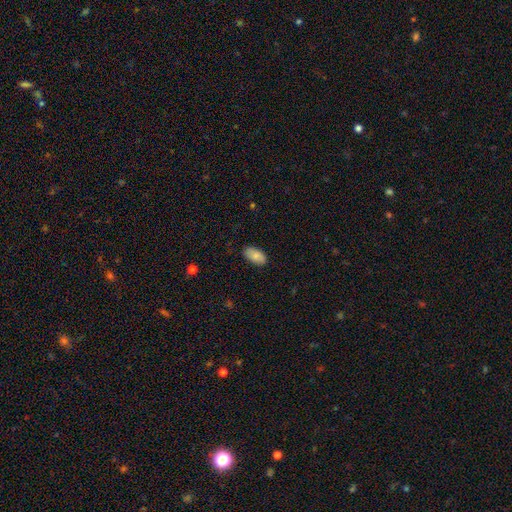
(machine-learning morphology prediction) This appears to be a smooth galaxy with no disk features (85%) that is in between round and cigar-shaped (94%). Merging: none (85%).